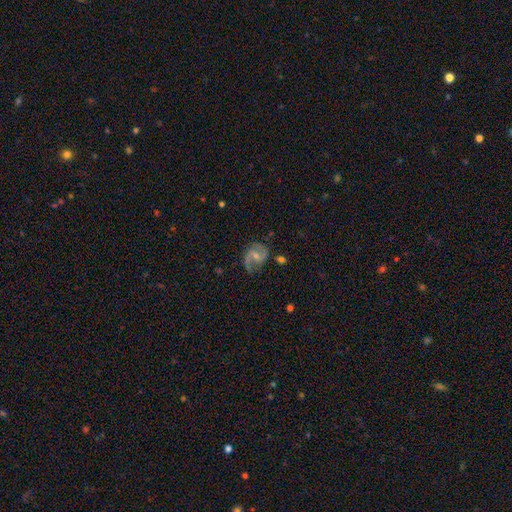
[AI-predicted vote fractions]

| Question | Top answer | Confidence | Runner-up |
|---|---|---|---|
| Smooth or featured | featured or disk | 75% | smooth (18%) |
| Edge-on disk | no | 98% | yes (2%) |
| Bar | weak | 53% | no (30%) |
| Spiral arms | yes | 91% | no (9%) |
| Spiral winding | medium | 48% | loose (37%) |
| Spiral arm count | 2 | 86% | can't tell (6%) |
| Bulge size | small | 51% | moderate (38%) |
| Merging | none | 64% | minor disturbance (22%) |